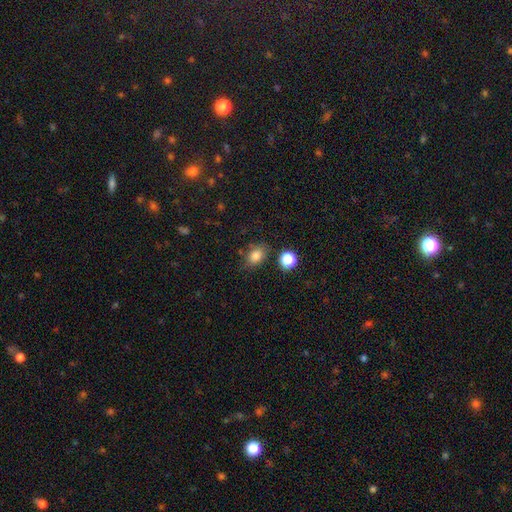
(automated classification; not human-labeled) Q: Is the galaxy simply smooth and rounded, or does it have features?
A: smooth — 82%.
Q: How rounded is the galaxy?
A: in between — 71%.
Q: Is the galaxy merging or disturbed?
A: none — 73%.